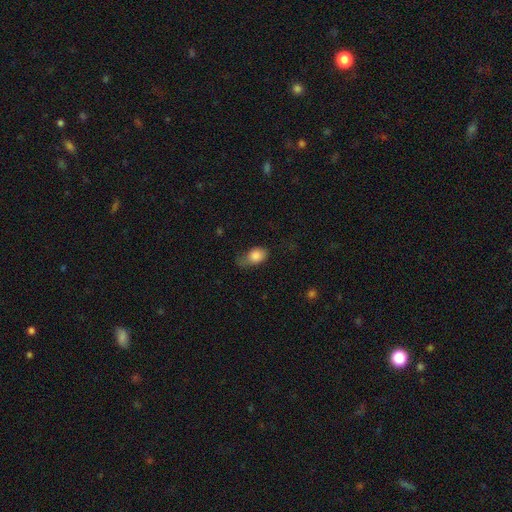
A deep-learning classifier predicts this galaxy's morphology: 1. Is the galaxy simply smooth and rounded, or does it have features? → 83% smooth, 9% featured or disk, 8% star or artifact.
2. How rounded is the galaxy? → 75% in between, 23% round, 2% cigar-shaped.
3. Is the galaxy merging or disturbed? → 38% minor disturbance, 33% none, 26% major disturbance, 3% merger.